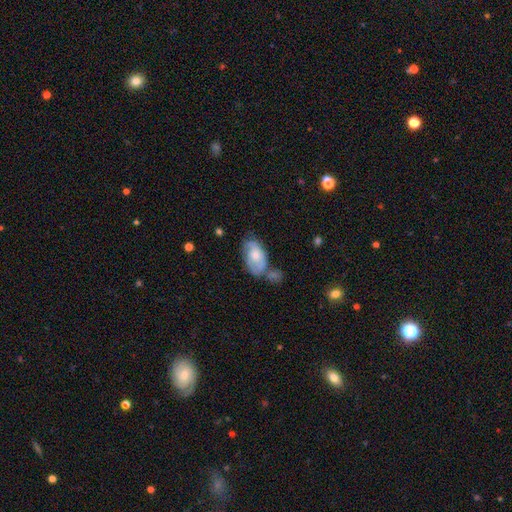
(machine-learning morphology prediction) Overall: smooth (53%; featured or disk 41%). How rounded: in between (92%). Merging: none (37%; minor disturbance 27%).